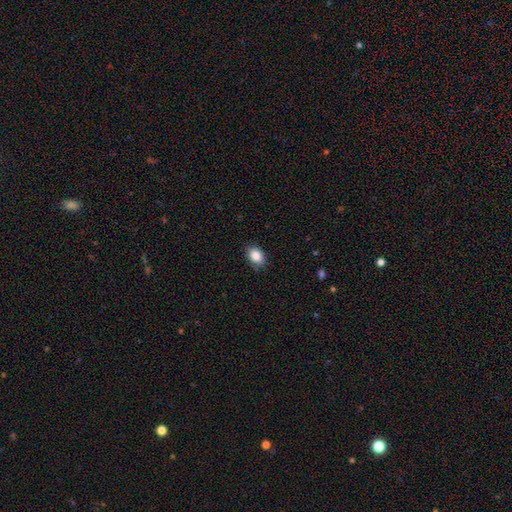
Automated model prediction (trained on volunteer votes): Smooth or featured: smooth — 87% (star or artifact — 8%)
How rounded: in between — 79% (round — 20%)
Merging: none — 85% (minor disturbance — 11%)